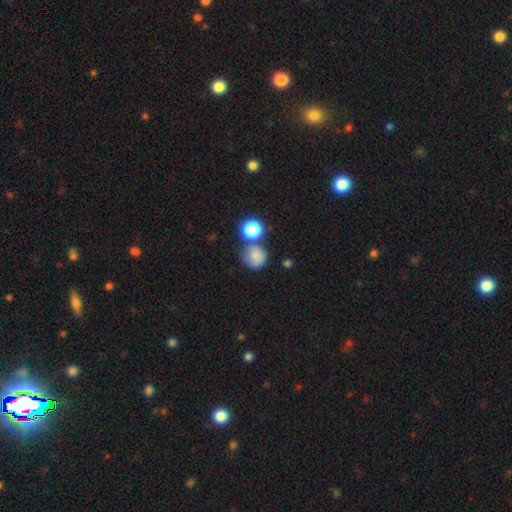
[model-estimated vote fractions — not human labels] Smooth or featured?
  - smooth: 80% *
  - star or artifact: 11%
  - featured or disk: 9%
How rounded?
  - round: 85% *
  - in between: 14%
  - cigar-shaped: 1%
Merging?
  - none: 50% *
  - merger: 28%
  - minor disturbance: 15%
  - major disturbance: 7%